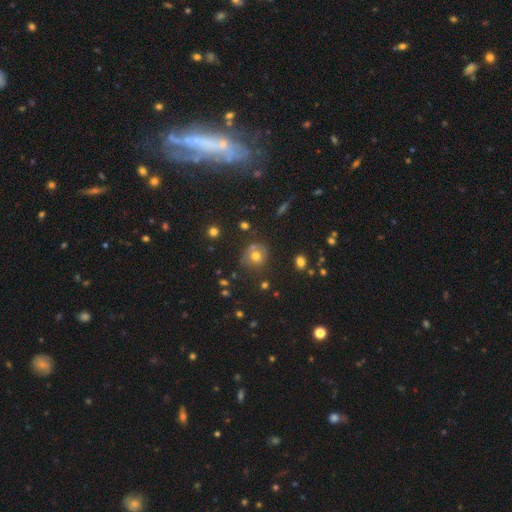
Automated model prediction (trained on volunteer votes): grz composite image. It shows a smooth galaxy with no disk features (67%) that is round (80%). Merging: none (64%).